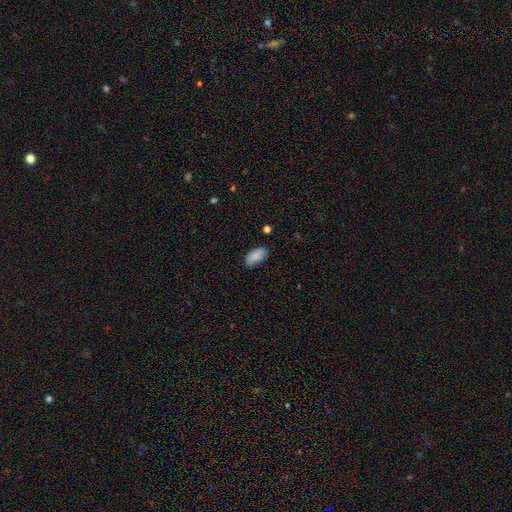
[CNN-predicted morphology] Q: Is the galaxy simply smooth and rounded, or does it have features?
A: smooth — 88%.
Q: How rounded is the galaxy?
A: in between — 93%.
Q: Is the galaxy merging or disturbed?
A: none — 80%.